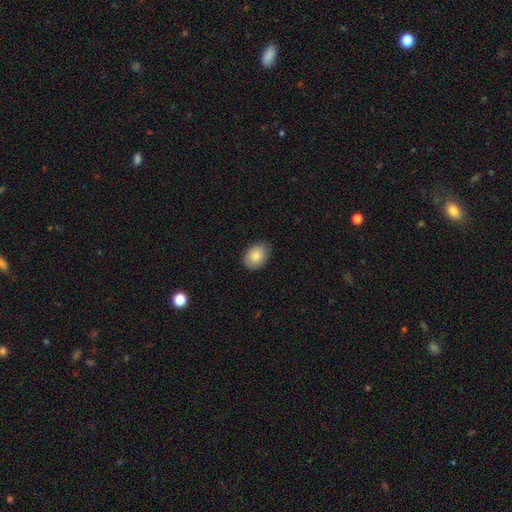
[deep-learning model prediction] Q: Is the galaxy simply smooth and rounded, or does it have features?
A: smooth — 86%.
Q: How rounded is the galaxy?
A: in between — 78%.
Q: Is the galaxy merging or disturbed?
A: none — 83%.